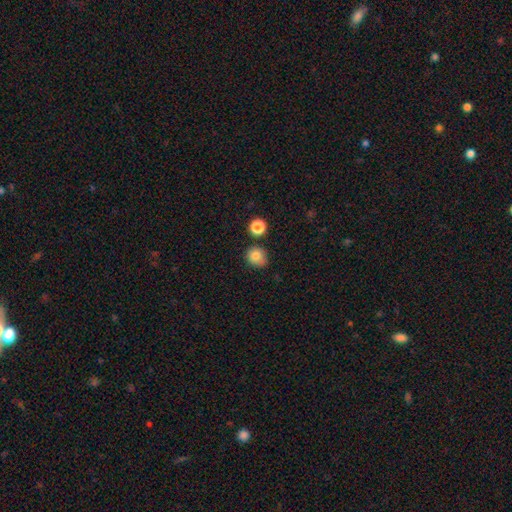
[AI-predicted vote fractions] A smooth galaxy with no disk features (82%) that is round (82%).

Vote fractions:
- Smooth or featured? smooth: 82% / star or artifact: 12% / featured or disk: 7%
- How rounded? round: 82% / in between: 17% / cigar-shaped: 1%
- Merging? none: 72% / minor disturbance: 18% / merger: 6% / major disturbance: 4%